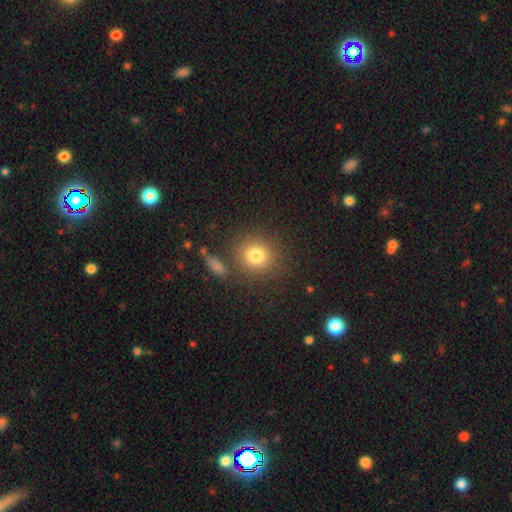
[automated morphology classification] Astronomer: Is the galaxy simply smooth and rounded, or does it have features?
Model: smooth — 79%.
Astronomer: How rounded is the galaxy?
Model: round — 84%.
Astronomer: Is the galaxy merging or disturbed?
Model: none — 80%.